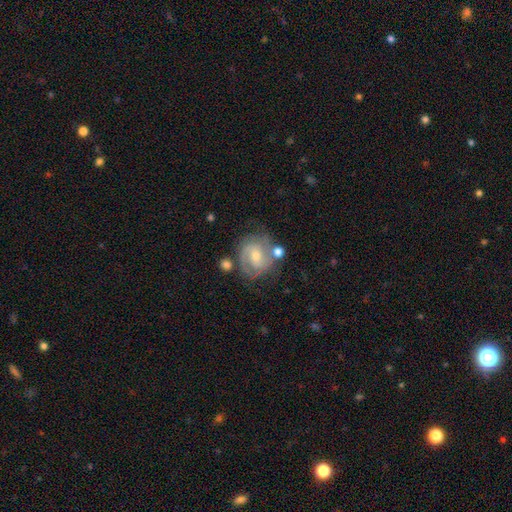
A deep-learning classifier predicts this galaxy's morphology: This appears to be a featured or disk galaxy (78%) with no bar (50%), 2 (56%) tight (49%) spiral arms (92%) and a small central bulge (58%). Merging: none (61%).